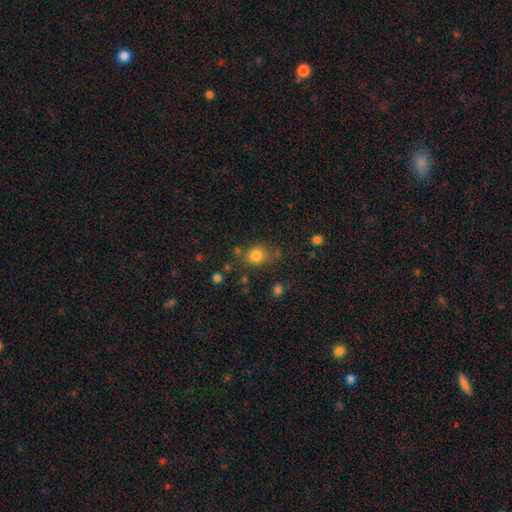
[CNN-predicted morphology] The model was most divided on "how rounded": round: 61%, in between: 38%, cigar-shaped: 1%. More confident: smooth or featured — smooth (81%); merging — none (69%).